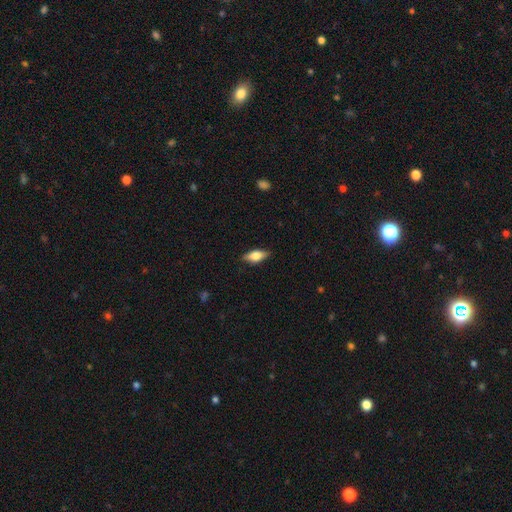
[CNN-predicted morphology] type=smooth (68%); roundness=in between (79%); merging=none (85%).